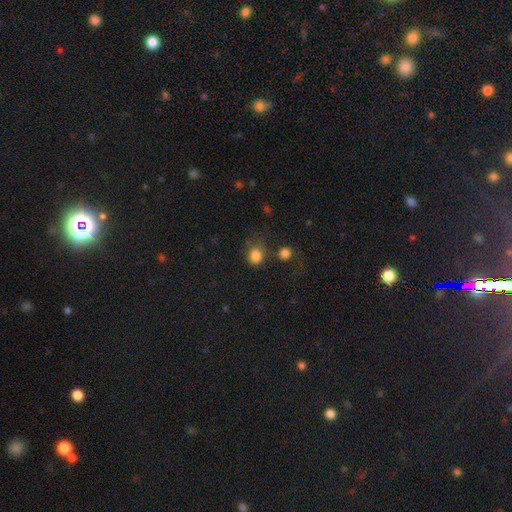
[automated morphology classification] This appears to be a smooth galaxy with no disk features (82%) that is round (65%). Merging: none (59%).